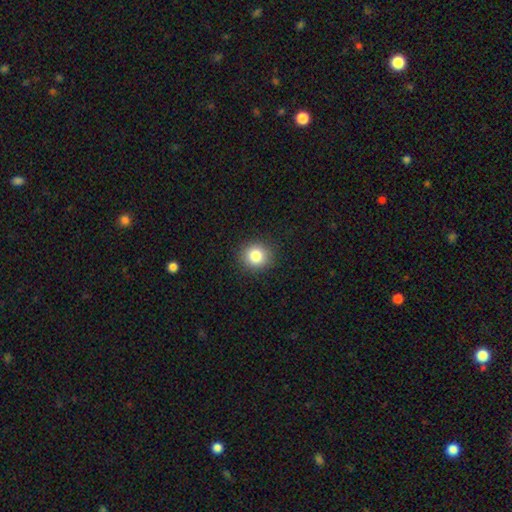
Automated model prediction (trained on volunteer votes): Overall: smooth (83%). How rounded: round (87%). Merging: none (91%).